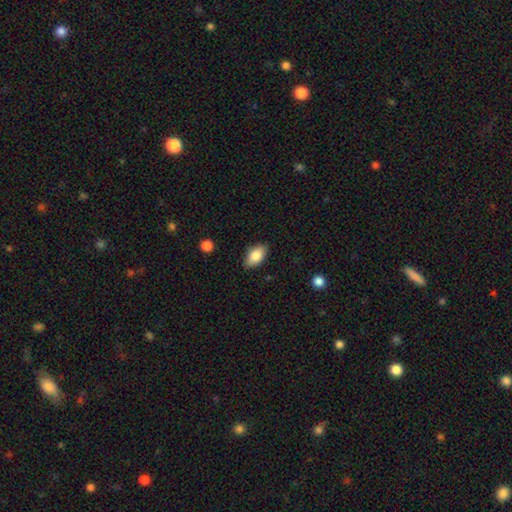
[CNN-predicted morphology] Q: Smooth or featured?
A: smooth (84%); runner-up: featured or disk (9%)
Q: How rounded?
A: in between (93%); runner-up: round (5%)
Q: Merging?
A: none (85%); runner-up: minor disturbance (11%)